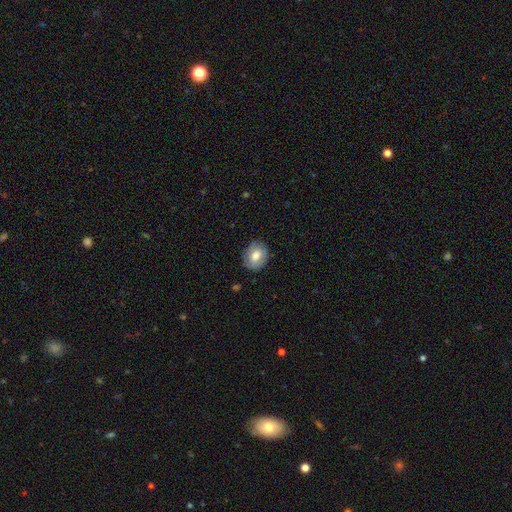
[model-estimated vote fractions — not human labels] A smooth galaxy with no disk features (66%) that is round (53%). Merging: none (80%).